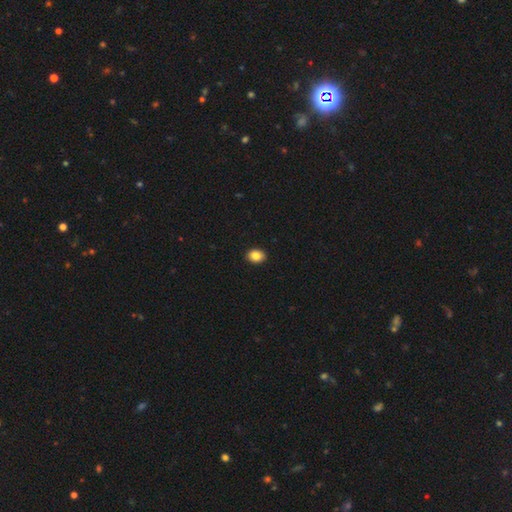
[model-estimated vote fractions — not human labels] Smooth or featured? Predicted: smooth (p=0.86). How rounded? Predicted: in between (p=0.64). Merging? Predicted: none (p=0.91).